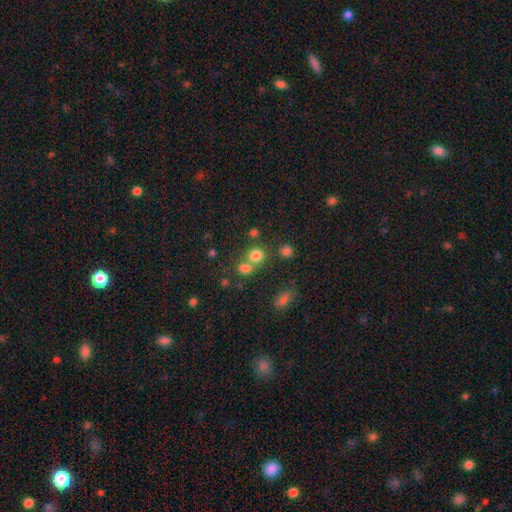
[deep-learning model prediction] Smooth or featured?
  - smooth: 76% *
  - star or artifact: 16%
  - featured or disk: 8%
How rounded?
  - round: 81% *
  - in between: 18%
  - cigar-shaped: 1%
Merging?
  - none: 53% *
  - merger: 36%
  - minor disturbance: 8%
  - major disturbance: 4%